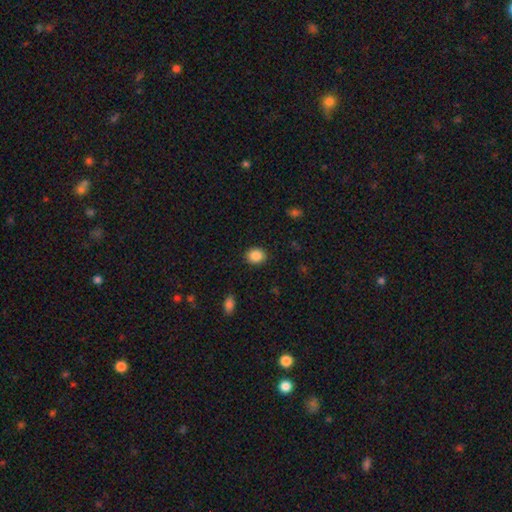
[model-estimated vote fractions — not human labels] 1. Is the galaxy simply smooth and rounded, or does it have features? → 87% smooth, 9% star or artifact, 4% featured or disk.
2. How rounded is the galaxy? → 60% round, 39% in between, 1% cigar-shaped.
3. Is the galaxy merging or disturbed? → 90% none, 7% minor disturbance, 2% major disturbance, 1% merger.